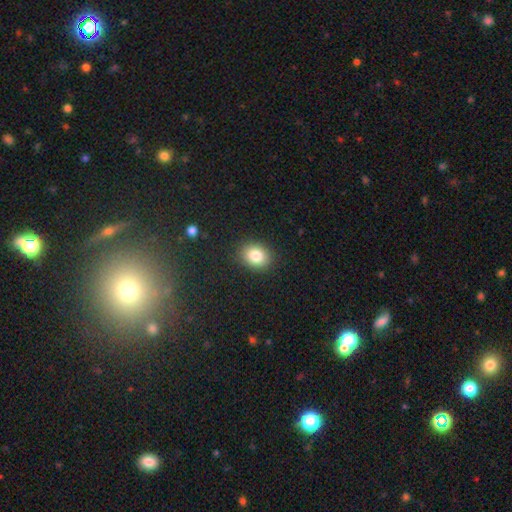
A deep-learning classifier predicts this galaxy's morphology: Smooth or featured? smooth (83%)
How rounded? in between (51%)
Merging? none (88%)